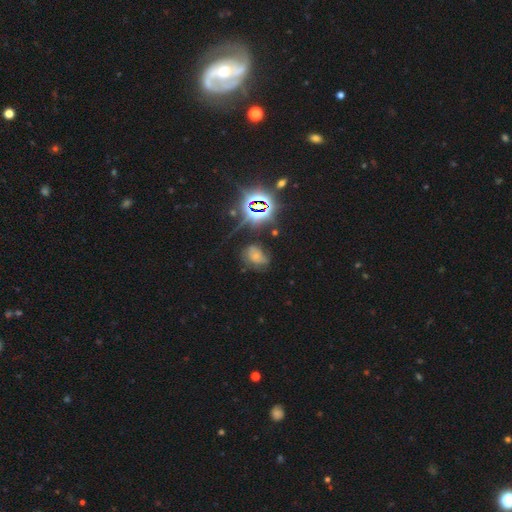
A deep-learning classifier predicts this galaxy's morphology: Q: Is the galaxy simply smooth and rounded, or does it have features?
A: smooth — 39%.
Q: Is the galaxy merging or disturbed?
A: none — 51%.